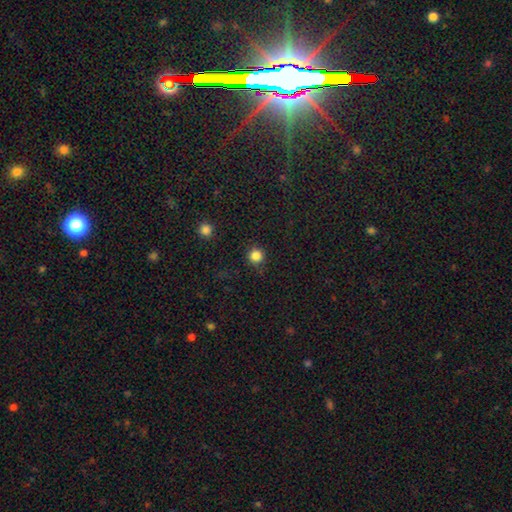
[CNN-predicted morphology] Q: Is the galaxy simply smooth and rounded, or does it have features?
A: smooth — 84%.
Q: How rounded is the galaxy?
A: round — 94%.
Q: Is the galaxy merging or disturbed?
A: none — 86%.